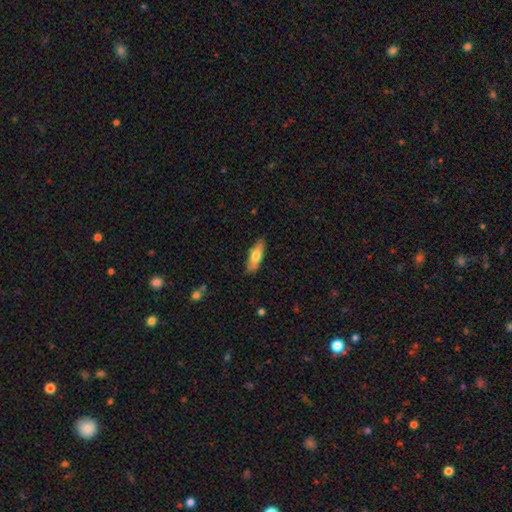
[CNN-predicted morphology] Smooth or featured? smooth (71%)
How rounded? in between (54%)
Merging? none (87%)